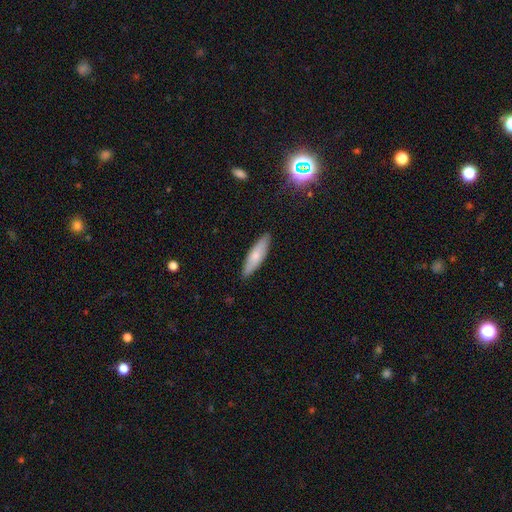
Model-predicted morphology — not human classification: A smooth galaxy with no disk features (70%) that is cigar-shaped (63%).

Vote fractions:
- Smooth or featured? smooth: 70% / featured or disk: 23% / star or artifact: 6%
- How rounded? cigar-shaped: 63% / in between: 35% / round: 2%
- Merging? none: 88% / minor disturbance: 10% / major disturbance: 2% / merger: 1%